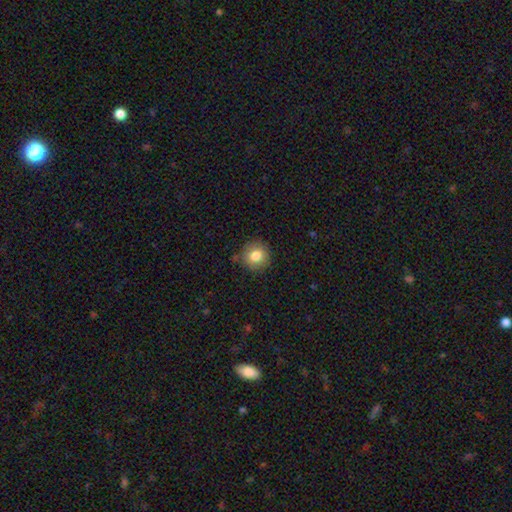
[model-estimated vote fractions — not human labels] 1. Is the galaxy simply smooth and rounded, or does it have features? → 82% smooth, 10% star or artifact, 8% featured or disk.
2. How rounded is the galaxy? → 91% round, 8% in between, 1% cigar-shaped.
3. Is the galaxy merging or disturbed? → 84% none, 11% minor disturbance, 3% major disturbance, 2% merger.